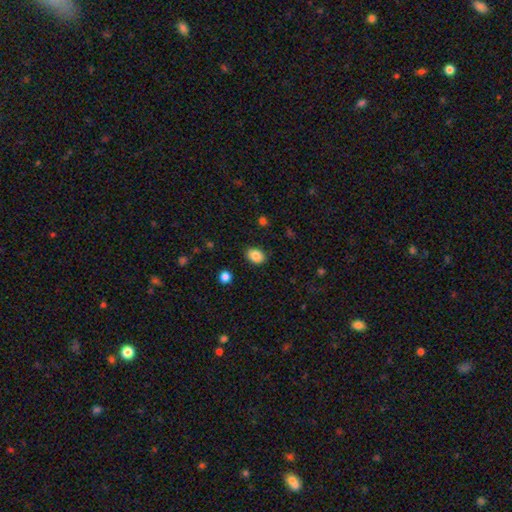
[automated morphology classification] Q: Smooth or featured?
A: smooth (87%); runner-up: star or artifact (8%)
Q: How rounded?
A: in between (78%); runner-up: round (21%)
Q: Merging?
A: none (86%); runner-up: minor disturbance (10%)